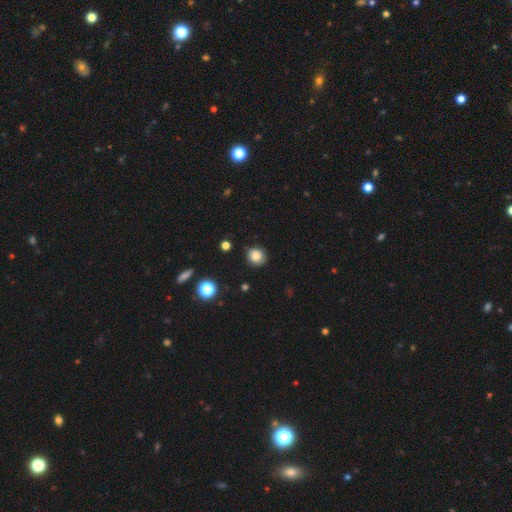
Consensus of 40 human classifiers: Q: Smooth or featured?
A: smooth (82%); runner-up: star or artifact (12%)
Q: How rounded?
A: round (94%); runner-up: in between (6%)
Q: Merging?
A: none (94%); runner-up: minor disturbance (6%)